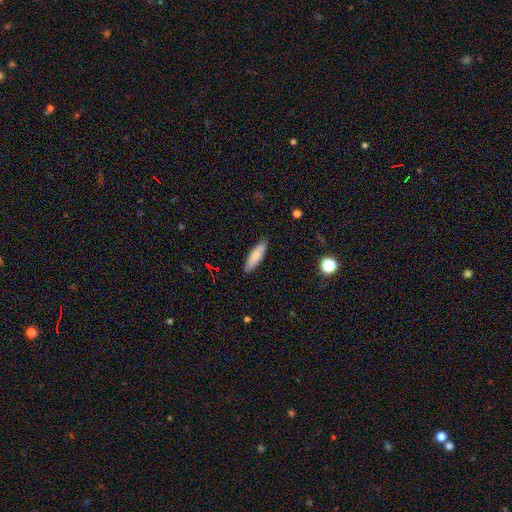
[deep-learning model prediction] This is clearly a smooth galaxy (81%). How rounded: likely cigar-shaped (62%). Merging: clearly none (87%).